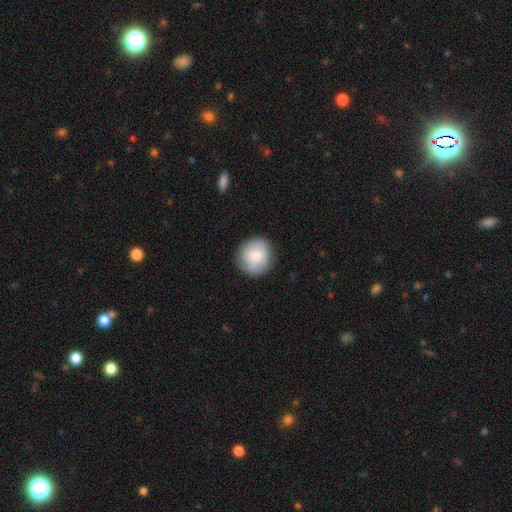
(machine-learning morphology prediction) Smooth or featured: smooth — 79% (featured or disk — 14%)
How rounded: round — 89% (in between — 10%)
Merging: none — 86% (minor disturbance — 10%)